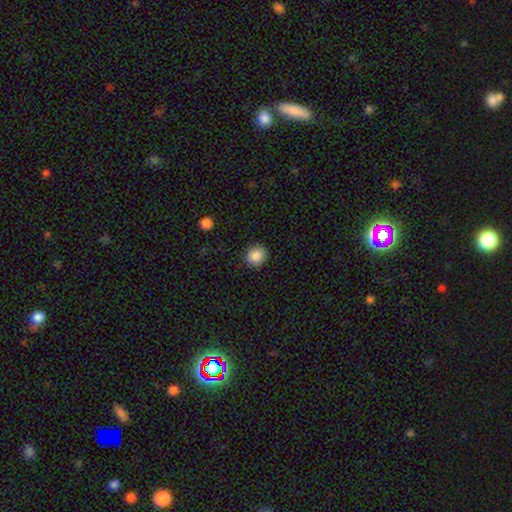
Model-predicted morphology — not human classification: smooth_or_featured: smooth (p=0.87) [alt: star or artifact p=0.09]
how_rounded: round (p=0.85) [alt: in between p=0.14]
merging: none (p=0.90) [alt: minor disturbance p=0.07]